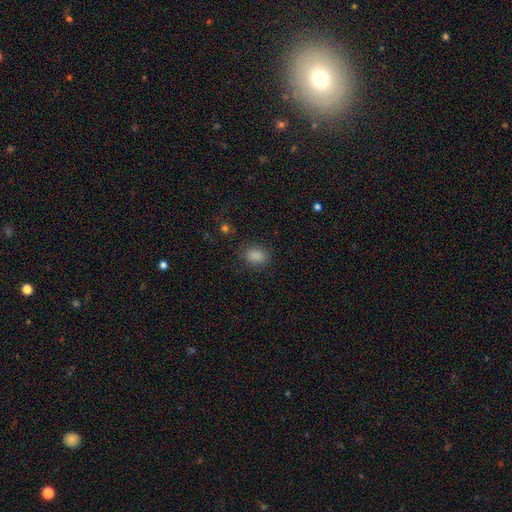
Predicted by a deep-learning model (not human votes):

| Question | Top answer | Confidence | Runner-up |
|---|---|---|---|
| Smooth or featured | smooth | 86% | star or artifact (11%) |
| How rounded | in between | 71% | round (27%) |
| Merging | none | 84% | minor disturbance (11%) |